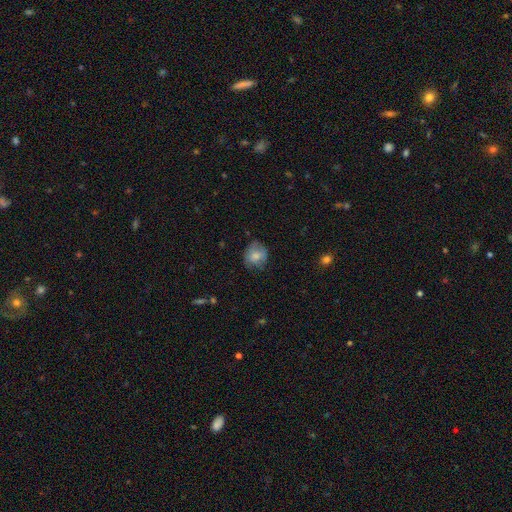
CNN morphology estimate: Smooth or featured: smooth — 71% (featured or disk — 20%)
How rounded: round — 71% (in between — 28%)
Merging: none — 63% (minor disturbance — 26%)